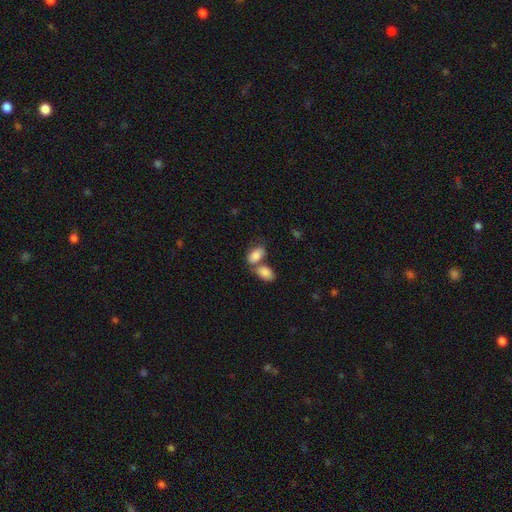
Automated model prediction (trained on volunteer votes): Smooth or featured: smooth — 85% (featured or disk — 9%)
How rounded: in between — 93% (round — 5%)
Merging: merger — 52% (none — 34%)